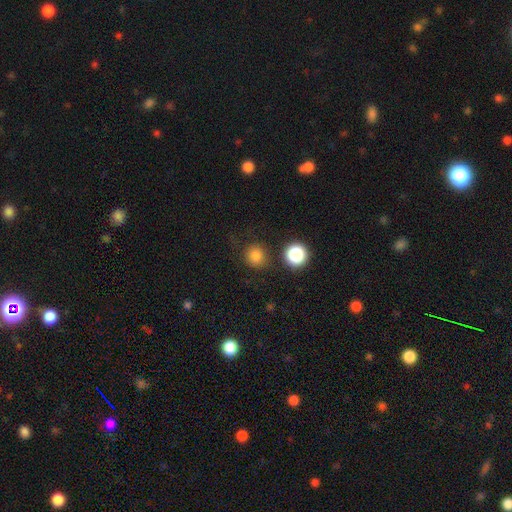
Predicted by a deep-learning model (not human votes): smooth_or_featured: smooth (p=0.80) [alt: star or artifact p=0.14]
how_rounded: round (p=0.91) [alt: in between p=0.08]
merging: none (p=0.81) [alt: minor disturbance p=0.10]